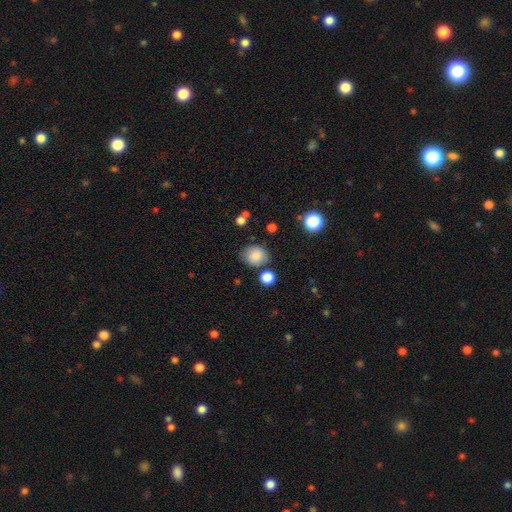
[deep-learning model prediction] Smooth or featured? Predicted: smooth (p=0.85). How rounded? Predicted: round (p=0.70). Merging? Predicted: none (p=0.75).